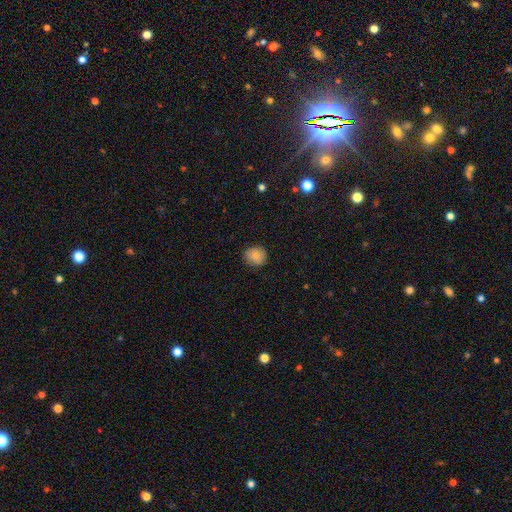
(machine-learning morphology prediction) Smooth or featured: smooth — 84% (star or artifact — 8%)
How rounded: round — 86% (in between — 13%)
Merging: none — 84% (minor disturbance — 12%)